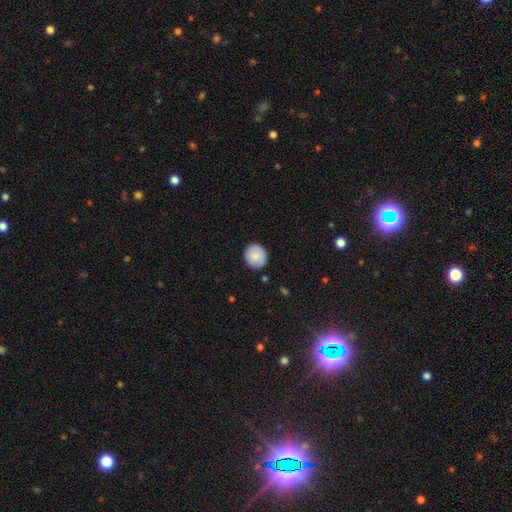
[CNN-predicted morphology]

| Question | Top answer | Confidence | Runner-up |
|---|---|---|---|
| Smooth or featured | smooth | 84% | featured or disk (10%) |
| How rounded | round | 84% | in between (15%) |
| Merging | none | 86% | minor disturbance (11%) |